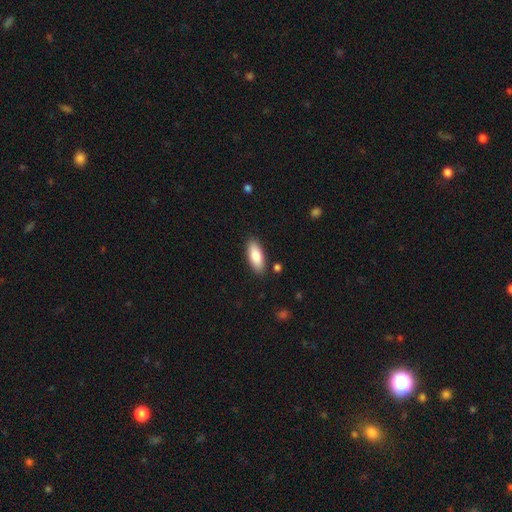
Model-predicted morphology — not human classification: This is clearly a smooth galaxy (84%). How rounded: likely in between (76%). Merging: clearly none (87%).